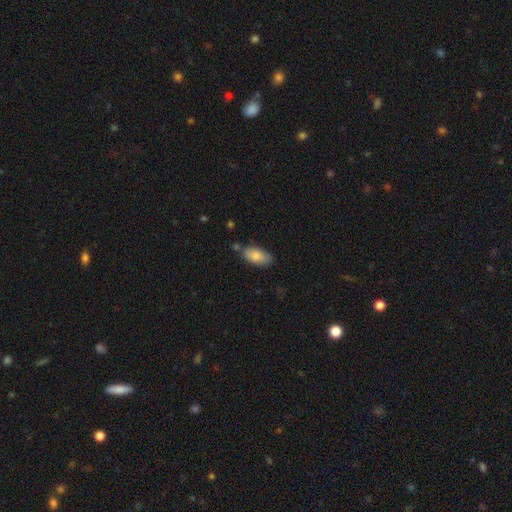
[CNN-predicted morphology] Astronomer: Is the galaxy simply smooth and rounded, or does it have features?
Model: smooth — 82%.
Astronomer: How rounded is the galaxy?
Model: in between — 91%.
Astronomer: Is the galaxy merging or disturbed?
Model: none — 72%.